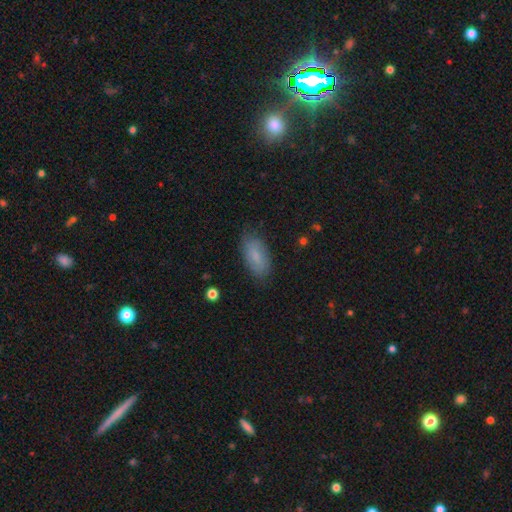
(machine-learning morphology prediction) This is likely a smooth galaxy (78%). How rounded: clearly in between (89%). Merging: likely none (79%).